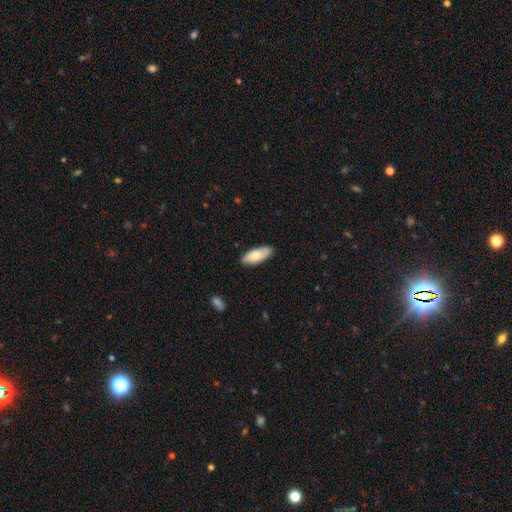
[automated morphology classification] smooth-or-featured: smooth: 76% | featured or disk: 18% | star or artifact: 6%
  how-rounded: in between: 80% | cigar-shaped: 18% | round: 2%
  merging: none: 87% | minor disturbance: 10% | major disturbance: 2% | merger: 1%